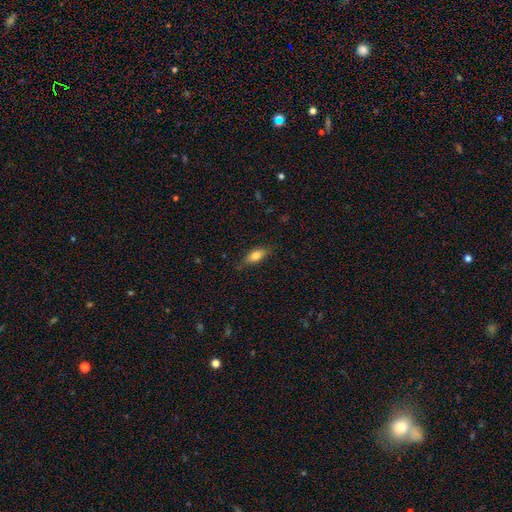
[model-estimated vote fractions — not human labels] Q: Smooth or featured?
A: smooth (73%); runner-up: featured or disk (20%)
Q: How rounded?
A: in between (73%); runner-up: cigar-shaped (23%)
Q: Merging?
A: none (79%); runner-up: minor disturbance (17%)